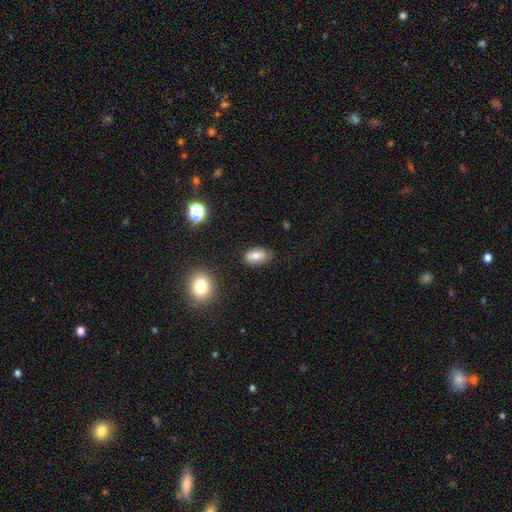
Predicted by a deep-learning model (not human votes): Morphology: type=smooth (73%); roundness=in between (90%); merging=none (76%).